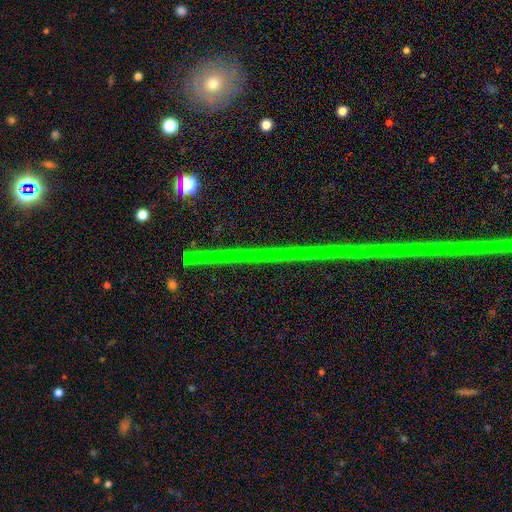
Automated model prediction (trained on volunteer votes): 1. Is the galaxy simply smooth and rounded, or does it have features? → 79% star or artifact, 13% featured or disk, 8% smooth.